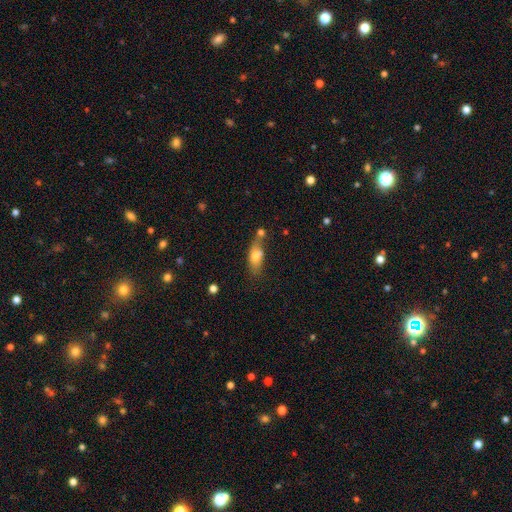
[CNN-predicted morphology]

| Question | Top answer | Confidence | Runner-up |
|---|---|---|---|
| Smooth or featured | smooth | 71% | featured or disk (20%) |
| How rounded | in between | 73% | cigar-shaped (21%) |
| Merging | none | 43% | merger (26%) |